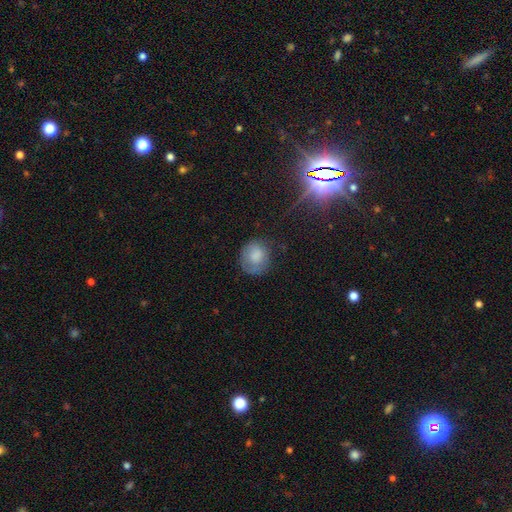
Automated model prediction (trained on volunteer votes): Morphology: type=smooth (76%); roundness=round (79%); merging=none (63%).